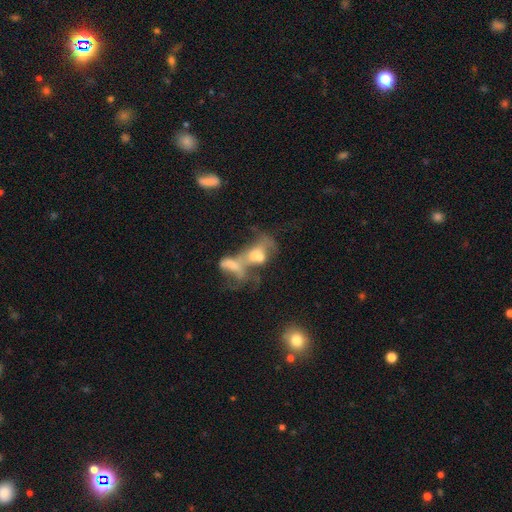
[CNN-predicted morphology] smooth_or_featured: featured or disk (p=0.51) [alt: smooth p=0.33]
disk_edge_on: no (p=0.93) [alt: yes p=0.07]
merging: merger (p=0.67) [alt: major disturbance p=0.15]